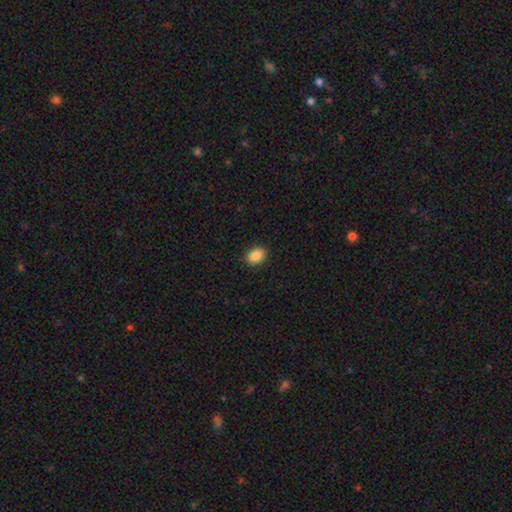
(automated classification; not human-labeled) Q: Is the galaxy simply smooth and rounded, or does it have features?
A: smooth — 89%.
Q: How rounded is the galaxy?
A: in between — 69%.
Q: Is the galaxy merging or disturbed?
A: none — 88%.